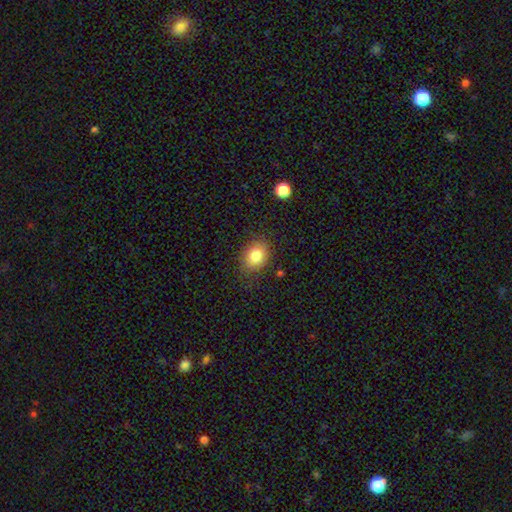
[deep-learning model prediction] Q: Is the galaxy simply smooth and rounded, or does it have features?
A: smooth — 83%.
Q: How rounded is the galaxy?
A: in between — 63%.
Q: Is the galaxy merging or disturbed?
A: none — 80%.